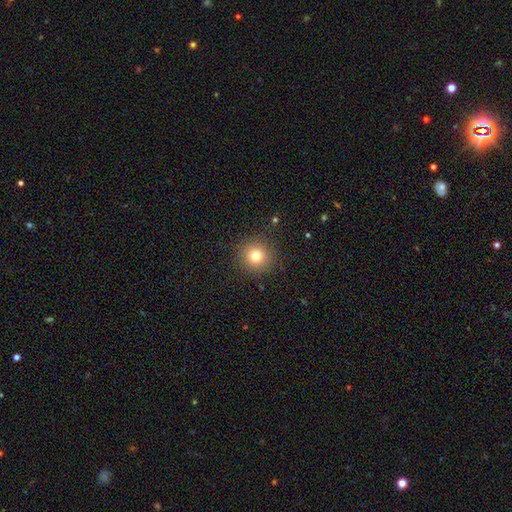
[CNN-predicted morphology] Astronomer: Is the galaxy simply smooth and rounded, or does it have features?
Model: smooth — 78%.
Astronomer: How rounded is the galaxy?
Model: round — 95%.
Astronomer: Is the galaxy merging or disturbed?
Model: none — 90%.